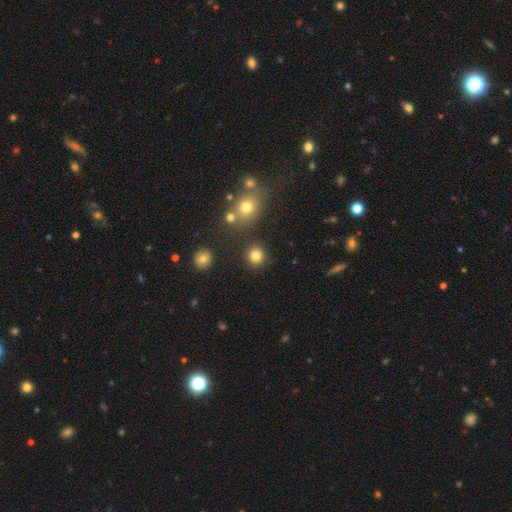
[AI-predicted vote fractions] Overall: smooth (83%). How rounded: round (90%). Merging: none (88%).